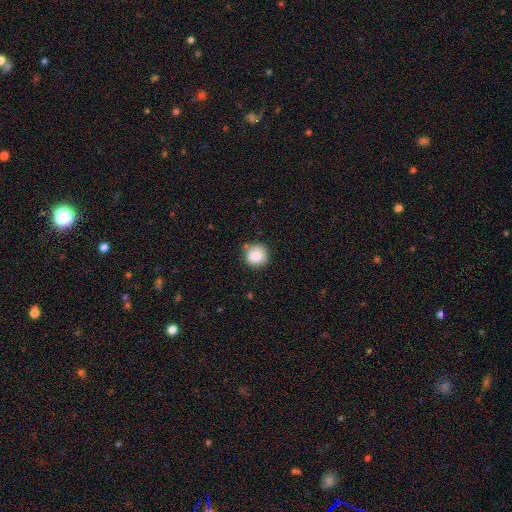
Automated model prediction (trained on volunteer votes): A smooth galaxy with no disk features (86%) that is round (94%). Merging: none (83%).